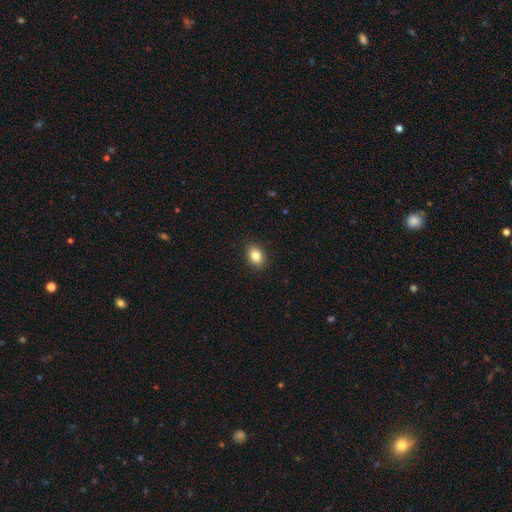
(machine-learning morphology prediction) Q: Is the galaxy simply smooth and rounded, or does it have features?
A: smooth — 84%.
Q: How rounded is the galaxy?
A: in between — 74%.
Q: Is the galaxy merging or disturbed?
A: none — 90%.